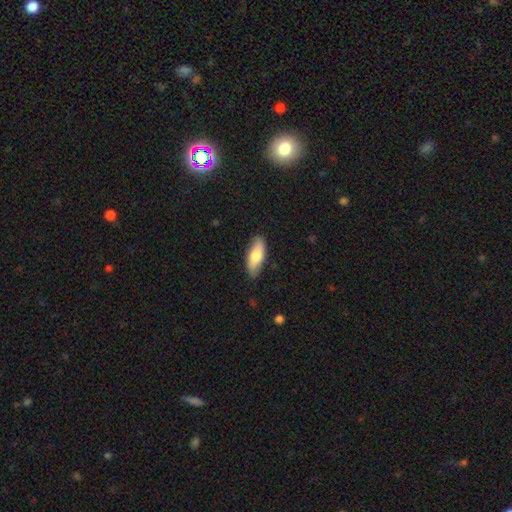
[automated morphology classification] type=smooth (73%); roundness=in between (73%); merging=none (85%).